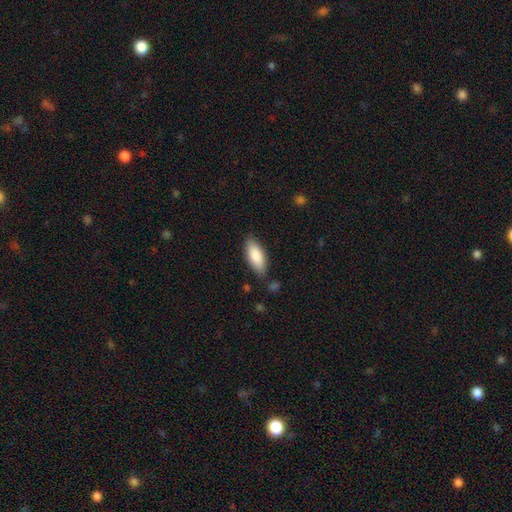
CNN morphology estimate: Smooth or featured? Predicted: smooth (p=0.86). How rounded? Predicted: in between (p=0.79). Merging? Predicted: none (p=0.82).